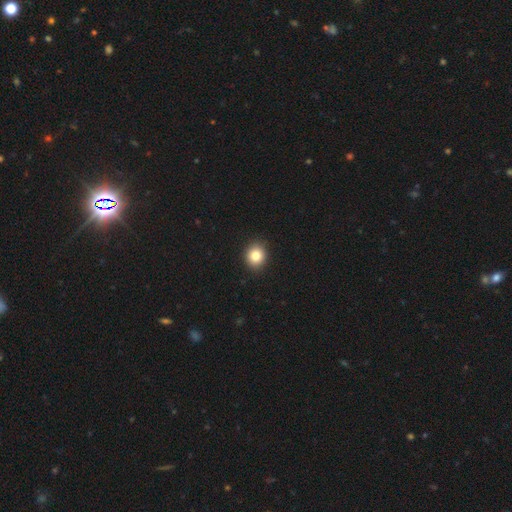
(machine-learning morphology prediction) The model was most divided on "how rounded": round: 76%, in between: 23%, cigar-shaped: 1%. More confident: merging — none (91%); smooth or featured — smooth (83%).